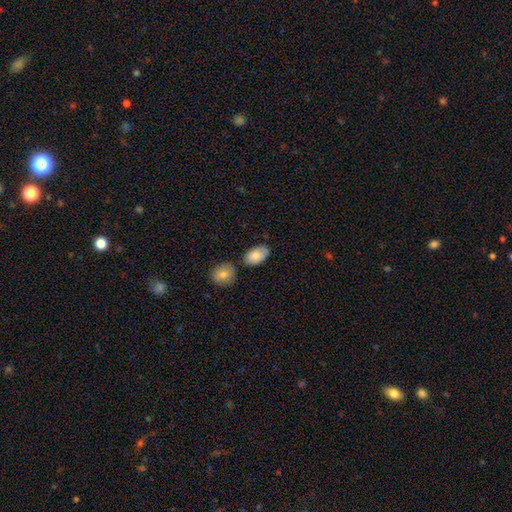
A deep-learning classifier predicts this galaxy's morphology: This appears to be a smooth galaxy with no disk features (84%) that is in between round and cigar-shaped (92%). Merging: none (70%).